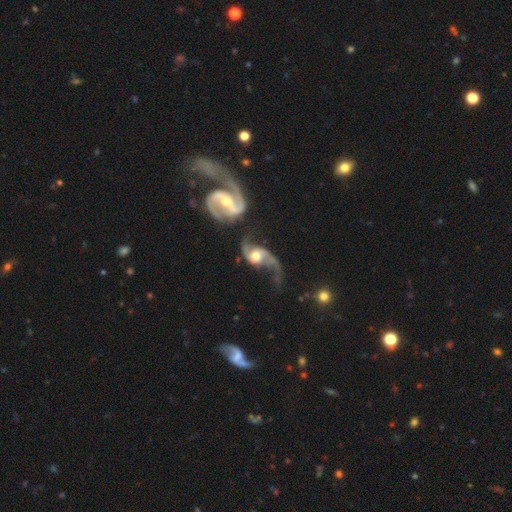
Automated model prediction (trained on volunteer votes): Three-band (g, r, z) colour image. It shows a featured or disk galaxy (86%) with no bar (51%), 2 (86%) loose (72%) spiral arms (94%) and a moderate central bulge (64%). Merging: none (31%).